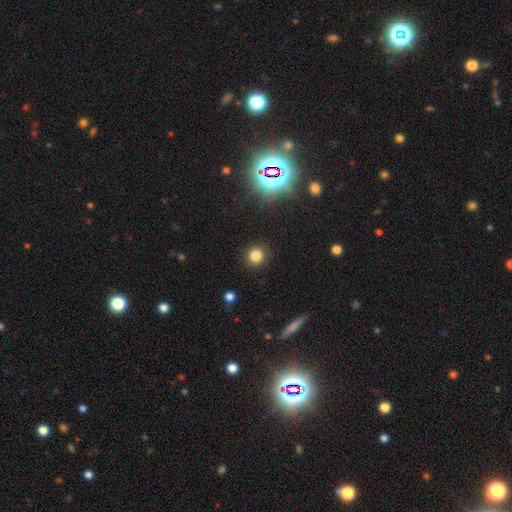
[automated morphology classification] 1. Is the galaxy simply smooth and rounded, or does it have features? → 81% smooth, 14% star or artifact, 5% featured or disk.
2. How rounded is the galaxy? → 91% round, 8% in between, 1% cigar-shaped.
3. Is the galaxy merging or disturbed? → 90% none, 6% minor disturbance, 2% major disturbance, 1% merger.